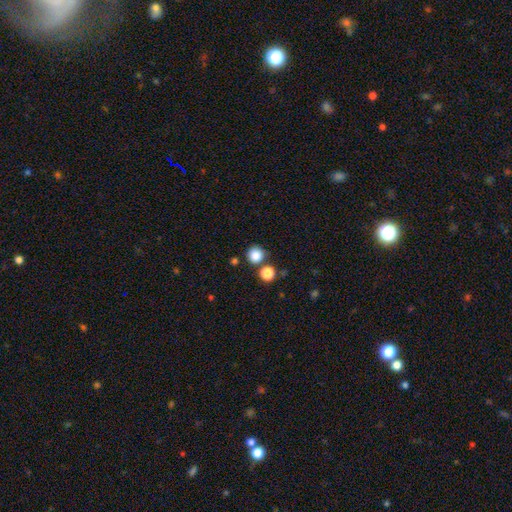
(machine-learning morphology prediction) The model was most divided on "merging": none: 77%, merger: 12%, minor disturbance: 8%, major disturbance: 3%. More confident: how rounded — round (94%); smooth or featured — smooth (85%).